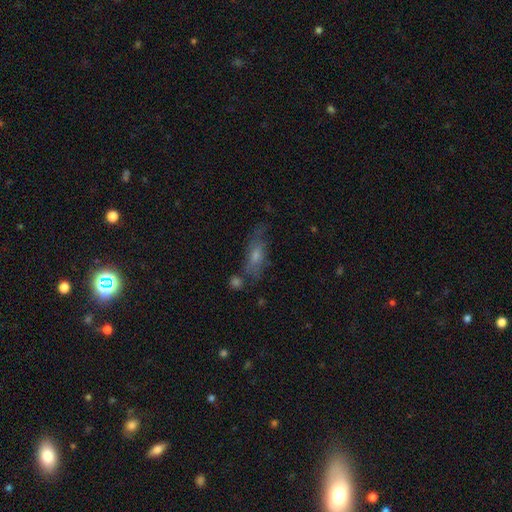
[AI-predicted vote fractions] A smooth galaxy with no disk features (43%, tied with featured or disk). Merging: none (59%).